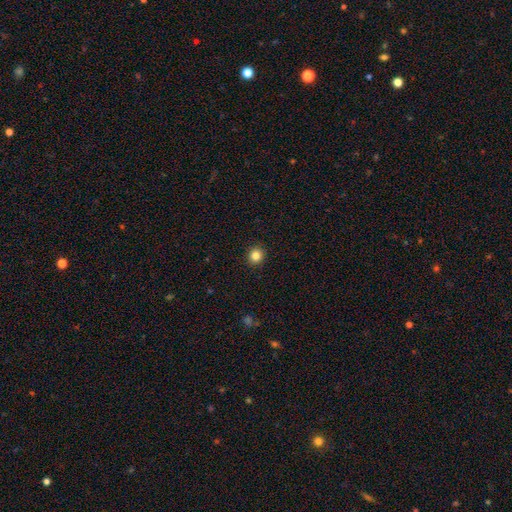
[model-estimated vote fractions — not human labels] Smooth or featured? smooth (84%)
How rounded? round (88%)
Merging? none (92%)